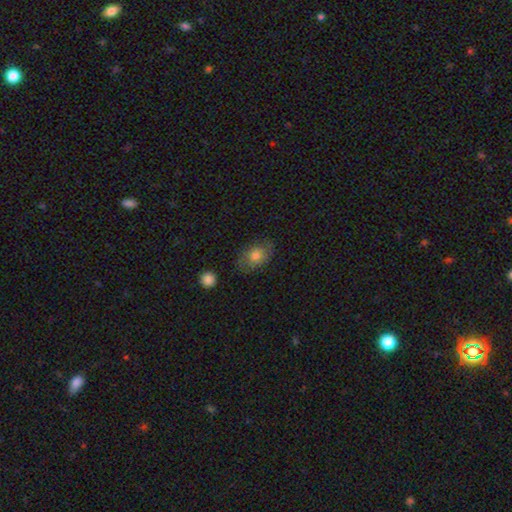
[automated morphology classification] Smooth or featured? Predicted: smooth (p=0.67). How rounded? Predicted: in between (p=0.71). Merging? Predicted: none (p=0.72).